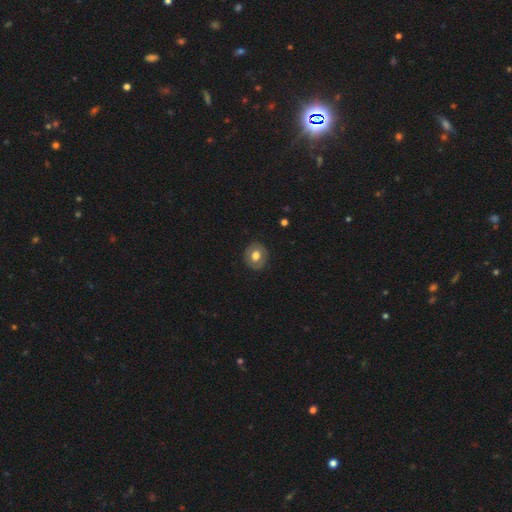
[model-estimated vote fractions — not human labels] Smooth or featured? Predicted: smooth (p=0.58). How rounded? Predicted: round (p=0.72). Merging? Predicted: none (p=0.86).